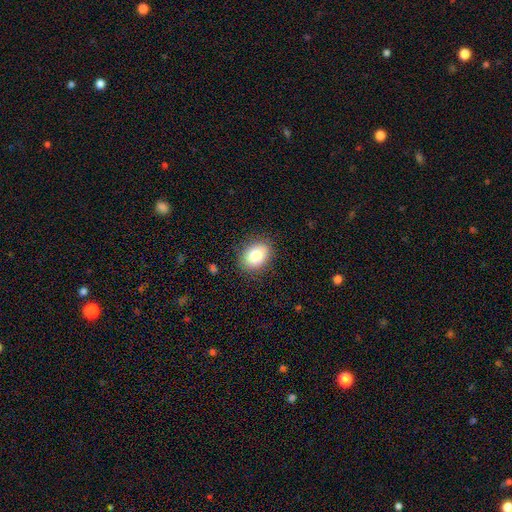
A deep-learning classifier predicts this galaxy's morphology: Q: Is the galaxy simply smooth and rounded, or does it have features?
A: smooth — 83%.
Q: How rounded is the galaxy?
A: in between — 63%.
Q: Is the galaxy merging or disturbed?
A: none — 86%.